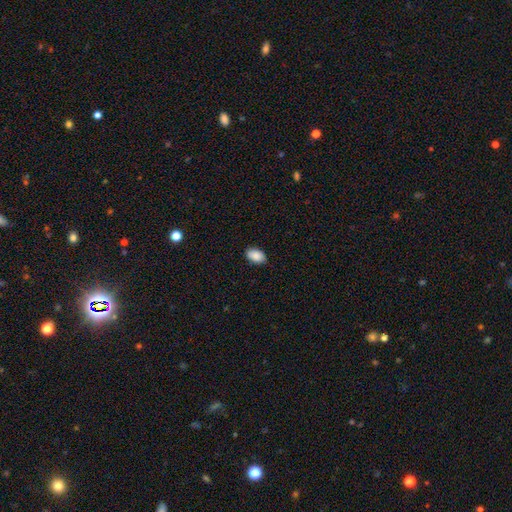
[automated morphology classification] The model was most divided on "merging": none: 88%, minor disturbance: 9%, major disturbance: 2%, merger: 1%. More confident: how rounded — in between (92%); smooth or featured — smooth (89%).